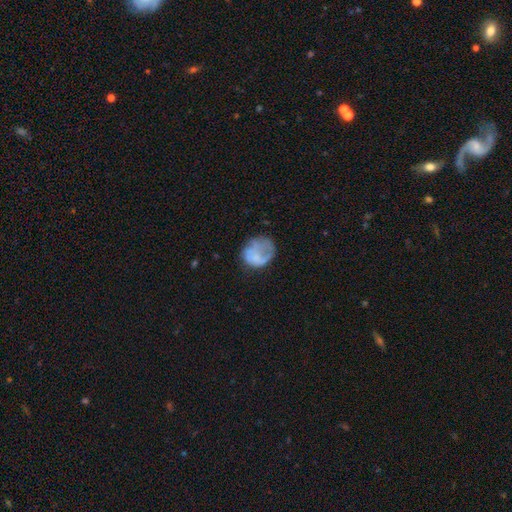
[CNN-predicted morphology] Q: Smooth or featured?
A: smooth (56%); runner-up: featured or disk (34%)
Q: How rounded?
A: round (68%); runner-up: in between (31%)
Q: Merging?
A: none (41%); runner-up: major disturbance (30%)